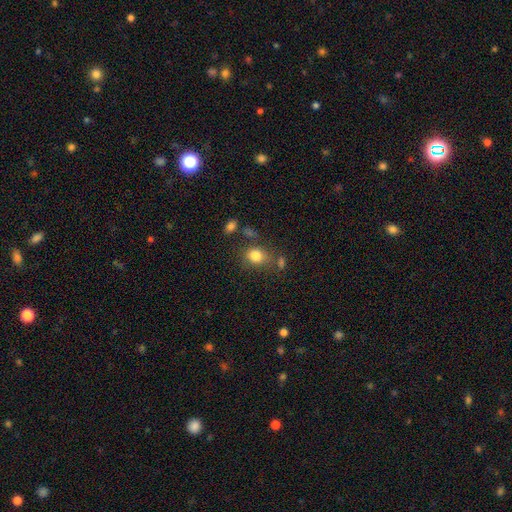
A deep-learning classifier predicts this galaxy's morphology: This appears to be a smooth galaxy with no disk features (82%) that is round (58%). Merging: none (65%).